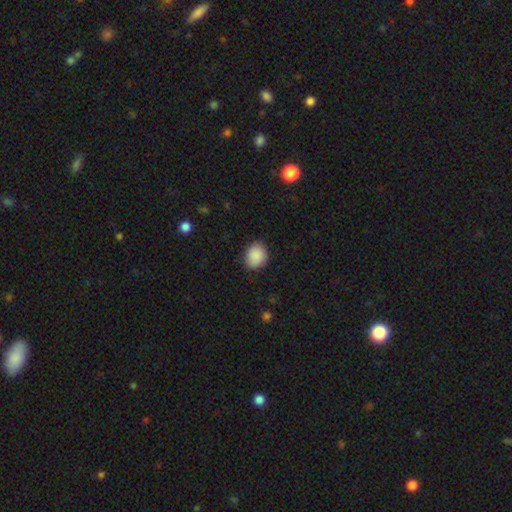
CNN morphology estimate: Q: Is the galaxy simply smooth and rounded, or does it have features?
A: smooth — 89%.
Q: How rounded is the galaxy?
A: round — 54%.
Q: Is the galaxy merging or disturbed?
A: none — 83%.